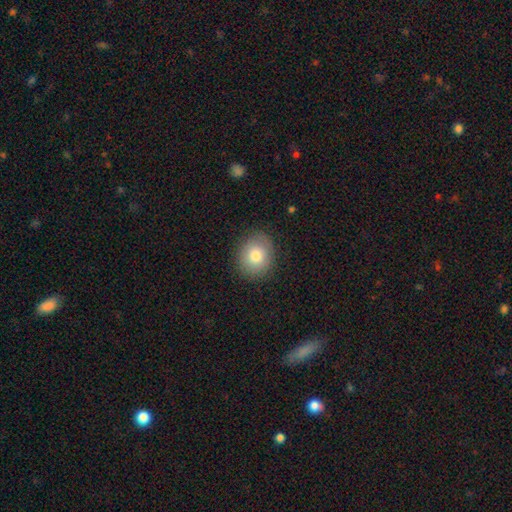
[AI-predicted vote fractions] Morphology: type=smooth (79%); roundness=round (68%); merging=none (87%).